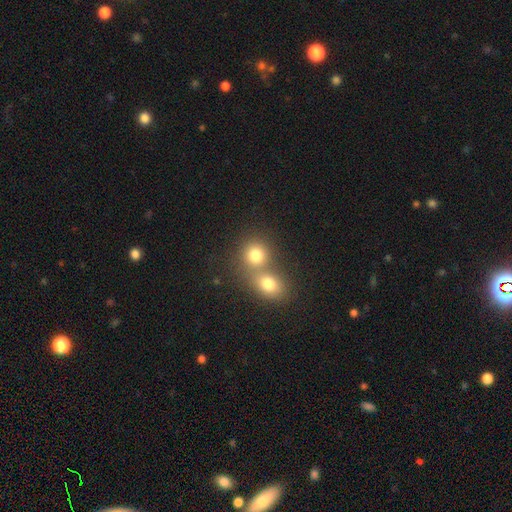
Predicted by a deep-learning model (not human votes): A smooth galaxy with no disk features (77%) that is round (76%).

Vote fractions:
- Smooth or featured? smooth: 77% / star or artifact: 12% / featured or disk: 11%
- How rounded? round: 76% / in between: 23% / cigar-shaped: 1%
- Merging? merger: 54% / none: 37% / minor disturbance: 6% / major disturbance: 3%